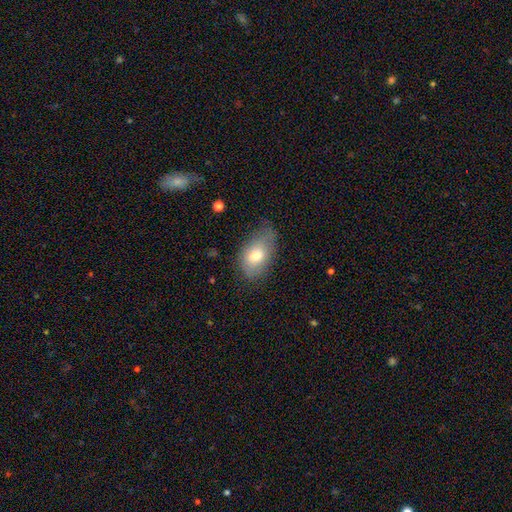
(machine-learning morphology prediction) Smooth or featured? smooth (74%)
How rounded? in between (89%)
Merging? none (55%)